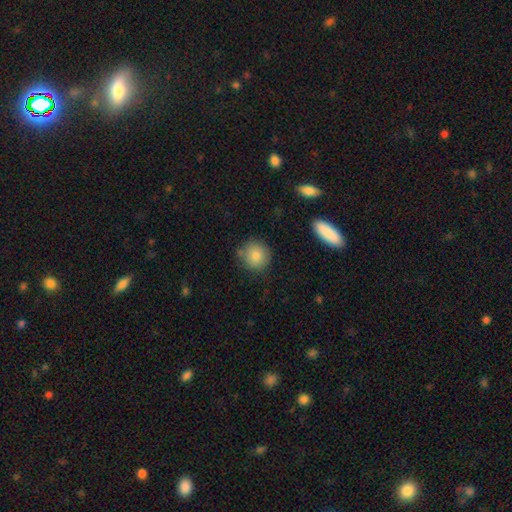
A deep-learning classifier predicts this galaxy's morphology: smooth-or-featured: smooth: 83% | star or artifact: 9% | featured or disk: 8%
  how-rounded: round: 91% | in between: 8% | cigar-shaped: 1%
  merging: none: 80% | minor disturbance: 13% | merger: 4% | major disturbance: 3%